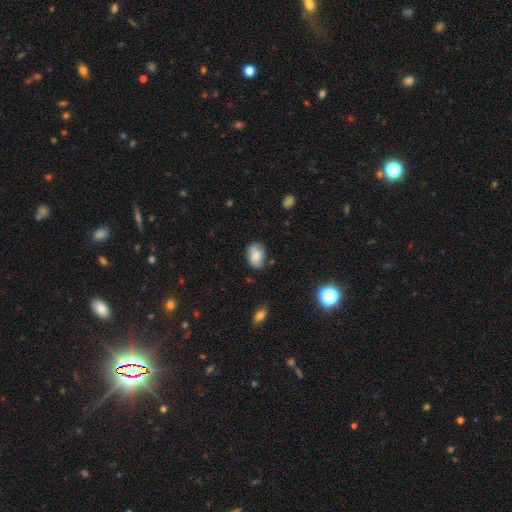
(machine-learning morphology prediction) A smooth galaxy with no disk features (72%) that is in between round and cigar-shaped (81%). Merging: none (66%).